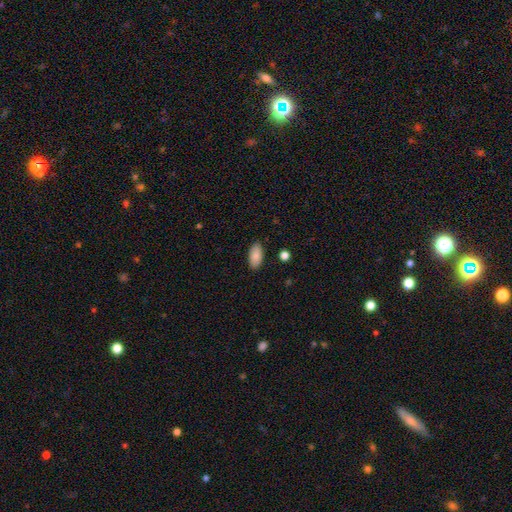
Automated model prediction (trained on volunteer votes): Smooth or featured? smooth (87%)
How rounded? in between (92%)
Merging? none (88%)